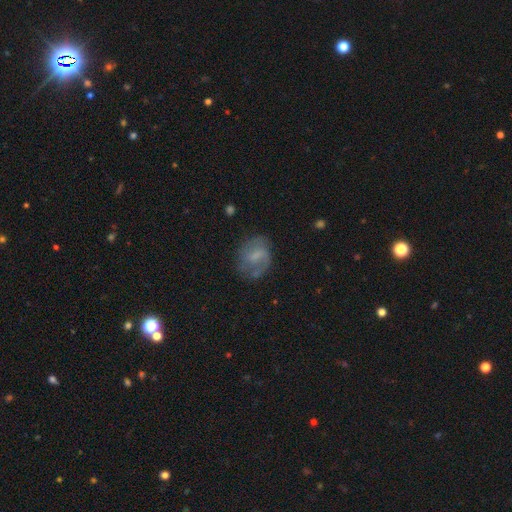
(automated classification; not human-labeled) Q: Smooth or featured?
A: featured or disk (47%); runner-up: smooth (45%)
Q: Merging?
A: none (62%); runner-up: minor disturbance (23%)